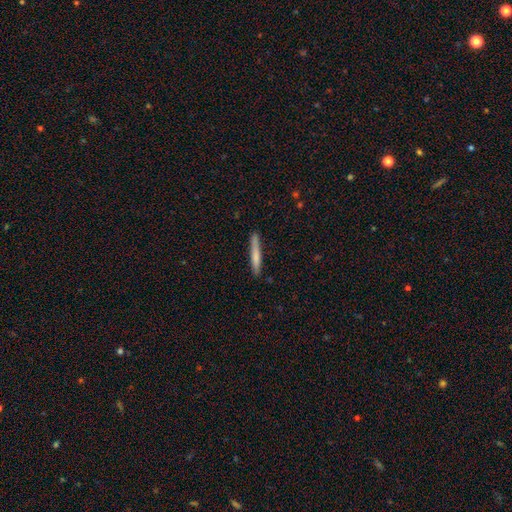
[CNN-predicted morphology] Smooth or featured?
  - smooth: 71% *
  - featured or disk: 24%
  - star or artifact: 5%
How rounded?
  - cigar-shaped: 95% *
  - in between: 3%
  - round: 1%
Merging?
  - none: 86% *
  - minor disturbance: 11%
  - major disturbance: 2%
  - merger: 1%